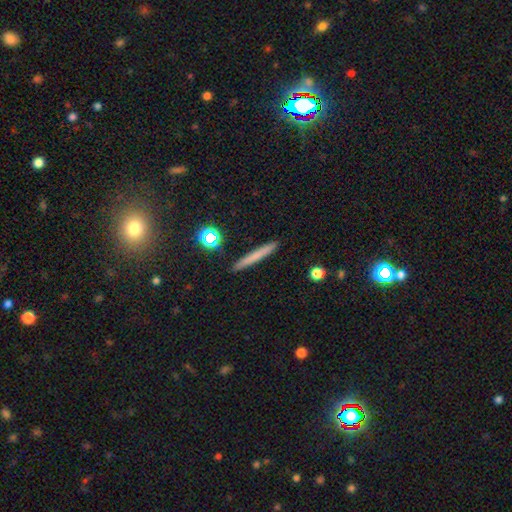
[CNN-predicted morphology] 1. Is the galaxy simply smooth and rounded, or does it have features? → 65% smooth, 26% featured or disk, 9% star or artifact.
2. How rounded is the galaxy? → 96% cigar-shaped, 2% in between, 2% round.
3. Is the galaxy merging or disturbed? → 92% none, 5% minor disturbance, 1% merger, 1% major disturbance.